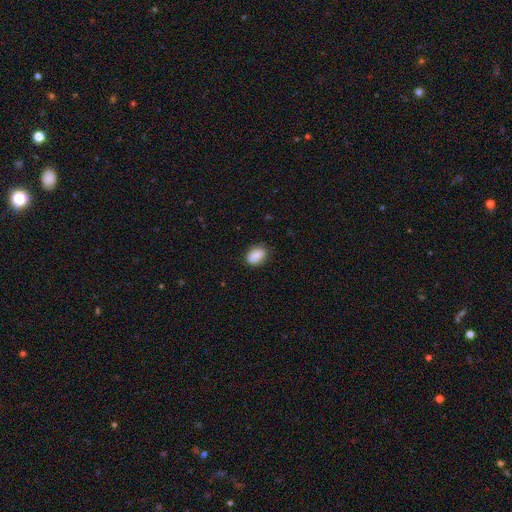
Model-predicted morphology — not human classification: This is likely a smooth galaxy (78%). How rounded: likely in between (72%). Merging: likely none (77%).